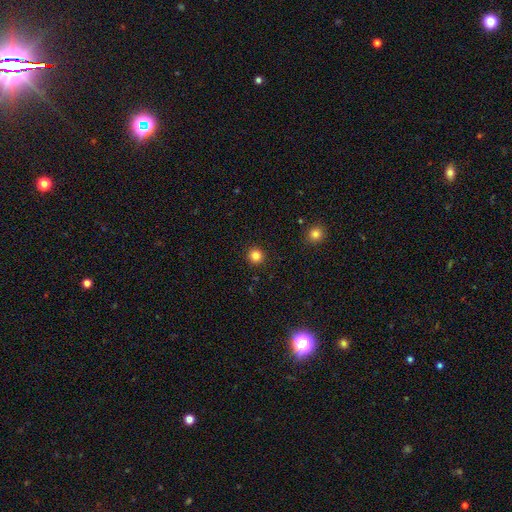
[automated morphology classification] Smooth or featured: smooth — 83% (star or artifact — 12%)
How rounded: round — 95% (in between — 4%)
Merging: none — 93% (minor disturbance — 5%)